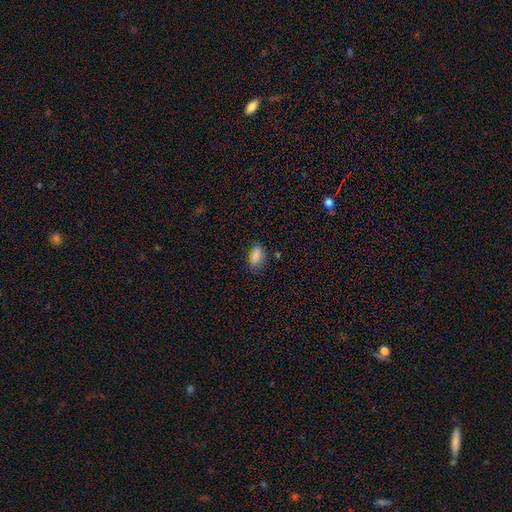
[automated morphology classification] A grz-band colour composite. It shows a smooth galaxy with no disk features (85%) that is in between round and cigar-shaped (90%). Merging: none (69%).